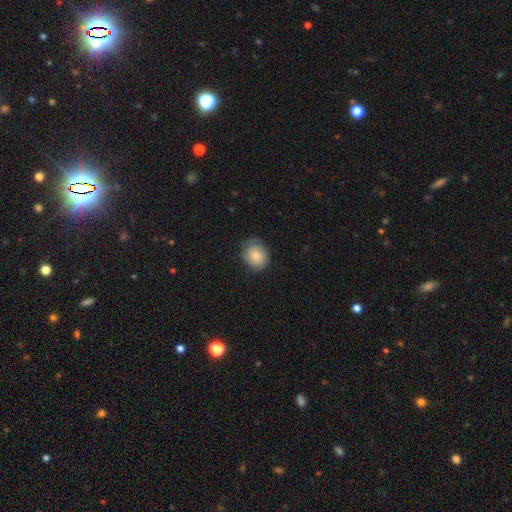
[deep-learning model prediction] The model was most divided on "how rounded": round: 70%, in between: 29%, cigar-shaped: 1%. More confident: smooth or featured — smooth (81%); merging — none (73%).